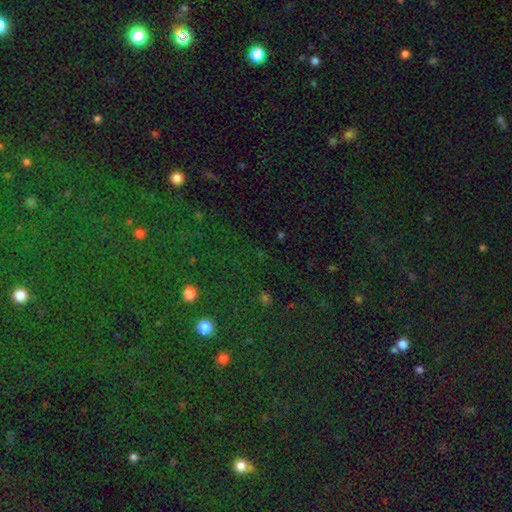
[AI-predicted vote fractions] Smooth or featured?
  - star or artifact: 81% *
  - smooth: 12%
  - featured or disk: 7%